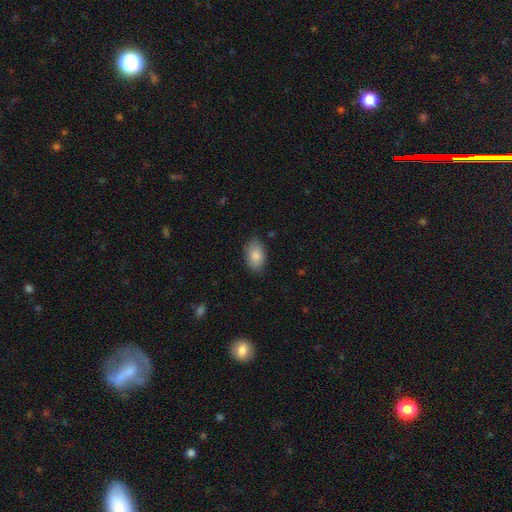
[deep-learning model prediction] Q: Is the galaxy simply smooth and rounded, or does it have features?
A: smooth — 84%.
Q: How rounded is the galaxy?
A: in between — 92%.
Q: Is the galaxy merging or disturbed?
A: none — 82%.